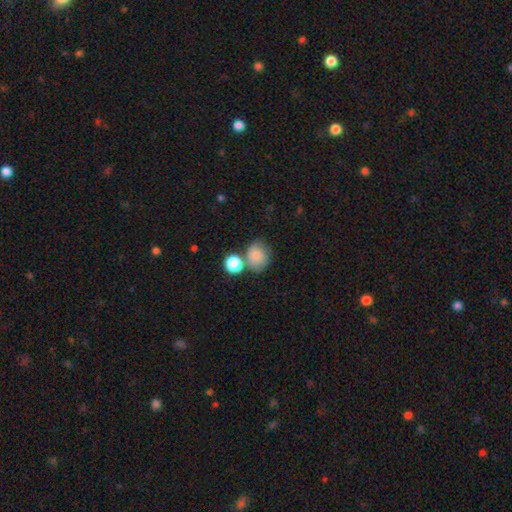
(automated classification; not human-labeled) Overall: smooth (78%). How rounded: round (57%; in between 42%). Merging: none (50%; merger 24%).